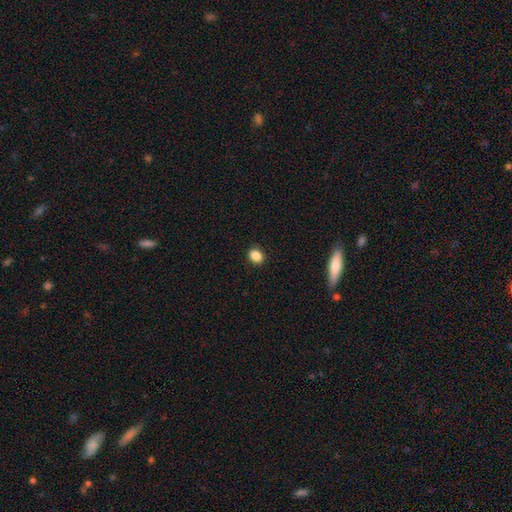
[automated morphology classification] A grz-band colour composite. It shows a smooth galaxy with no disk features (87%) that is round (58%). Merging: none (90%).